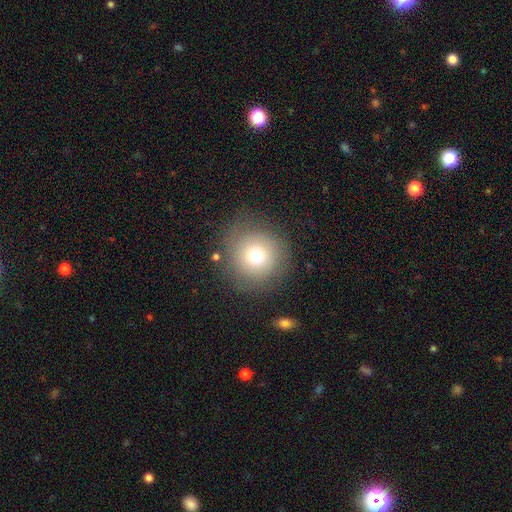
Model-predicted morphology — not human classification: Smooth or featured? Predicted: smooth (p=0.71). How rounded? Predicted: round (p=0.92). Merging? Predicted: none (p=0.79).